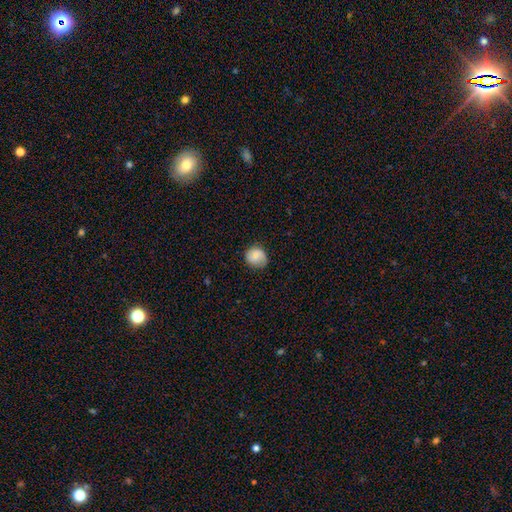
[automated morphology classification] Overall: smooth (65%; featured or disk 28%). How rounded: round (83%). Merging: none (72%).